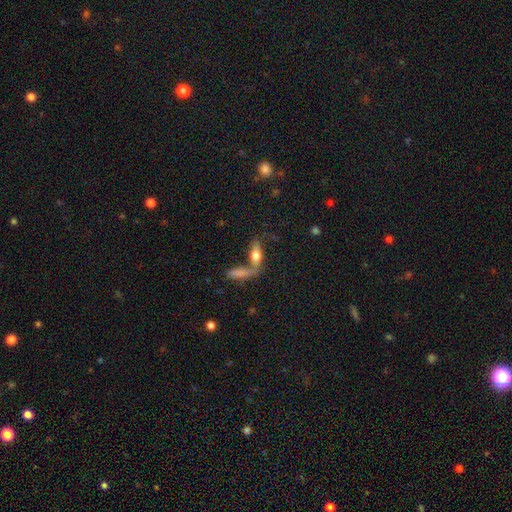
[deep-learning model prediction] Smooth or featured? smooth (56%)
How rounded? in between (52%)
Merging? none (42%)